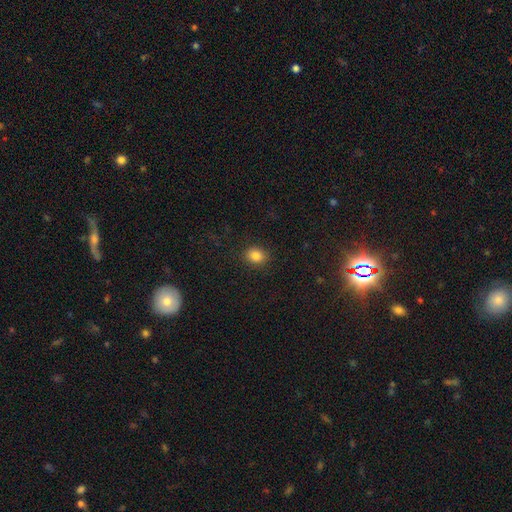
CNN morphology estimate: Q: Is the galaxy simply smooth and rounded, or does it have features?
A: smooth — 84%.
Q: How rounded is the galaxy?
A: round — 63%.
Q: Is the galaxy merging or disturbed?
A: none — 89%.